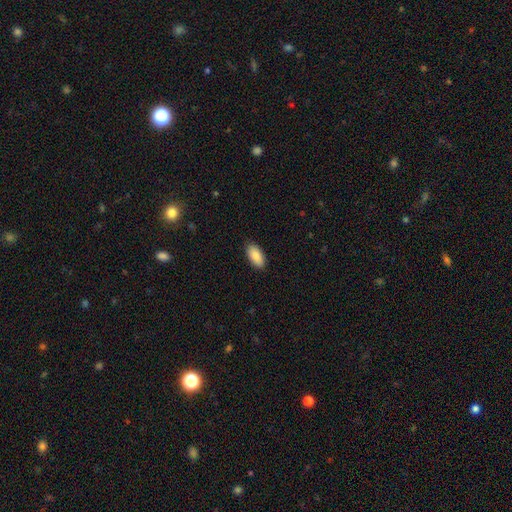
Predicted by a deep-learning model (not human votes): smooth 89%, star or artifact 6%, featured or disk 5%. Down the decision tree: how rounded — in between (93%); merging — none (89%).